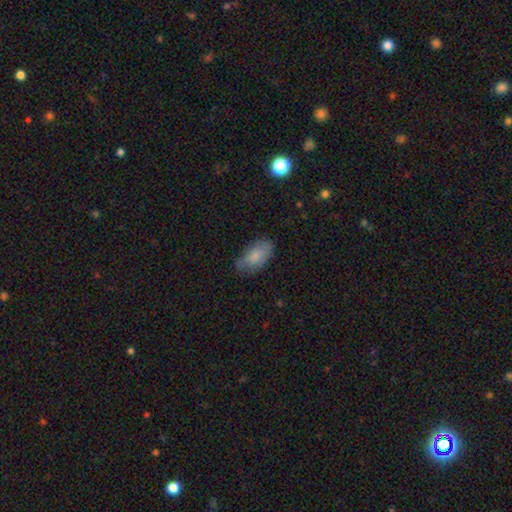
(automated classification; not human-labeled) Smooth or featured: smooth — 81% (featured or disk — 12%)
How rounded: in between — 93% (round — 3%)
Merging: none — 65% (minor disturbance — 27%)